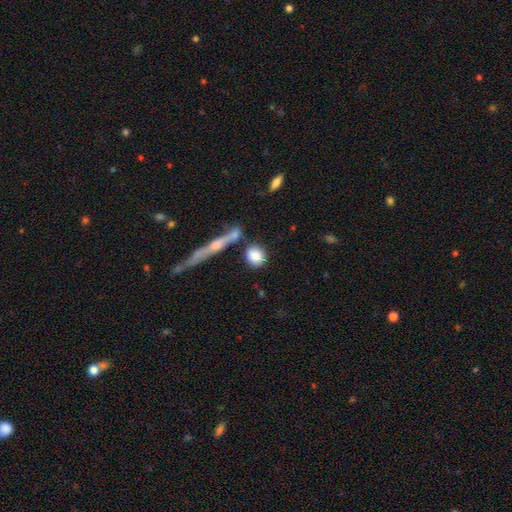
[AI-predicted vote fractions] A smooth galaxy with no disk features (81%) that is round (65%).

Vote fractions:
- Smooth or featured? smooth: 81% / featured or disk: 12% / star or artifact: 7%
- How rounded? round: 65% / in between: 30% / cigar-shaped: 6%
- Merging? none: 70% / merger: 15% / minor disturbance: 12% / major disturbance: 4%